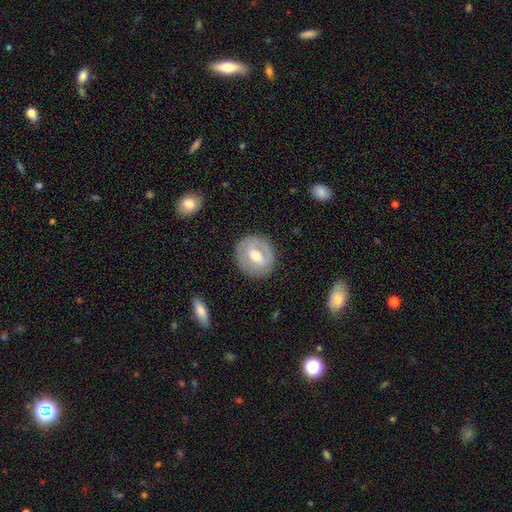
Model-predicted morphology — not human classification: This is possibly a featured or disk galaxy (54%). It is clearly not viewed edge-on (94%). Bar: marginally weak (41%). Spiral arm pattern: likely no (69%). Central bulge: likely moderate (65%). Merging: clearly none (83%).